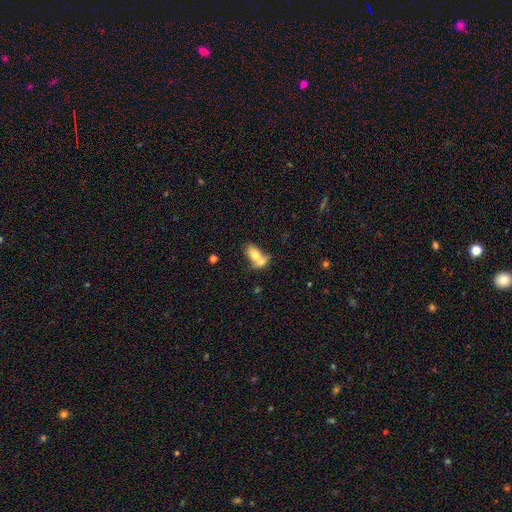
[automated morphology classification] A smooth galaxy with no disk features (70%) that is in between round and cigar-shaped (80%). Merging: merger (74%).